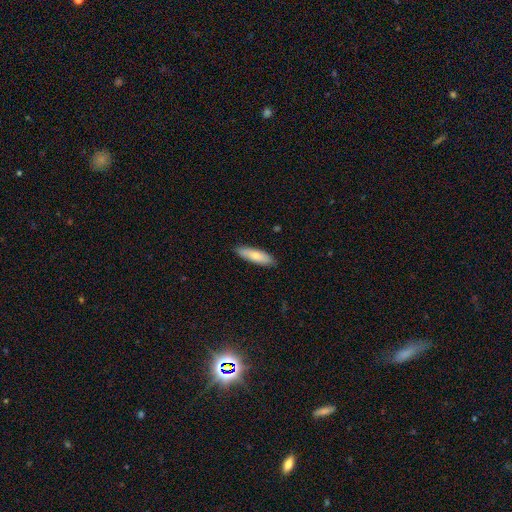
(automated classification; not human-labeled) Smooth or featured? smooth (75%)
How rounded? cigar-shaped (58%)
Merging? none (88%)